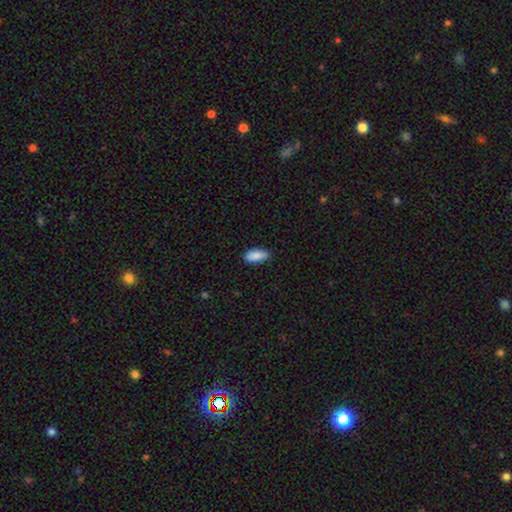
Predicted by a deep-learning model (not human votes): This appears to be a smooth galaxy with no disk features (88%) that is in between round and cigar-shaped (86%). Merging: none (84%).